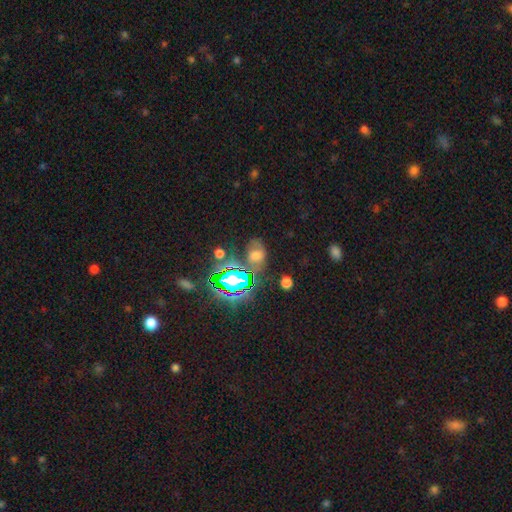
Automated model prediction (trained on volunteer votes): smooth-or-featured: smooth: 44% | star or artifact: 35% | featured or disk: 21%
  merging: none: 55% | minor disturbance: 23% | major disturbance: 15% | merger: 7%